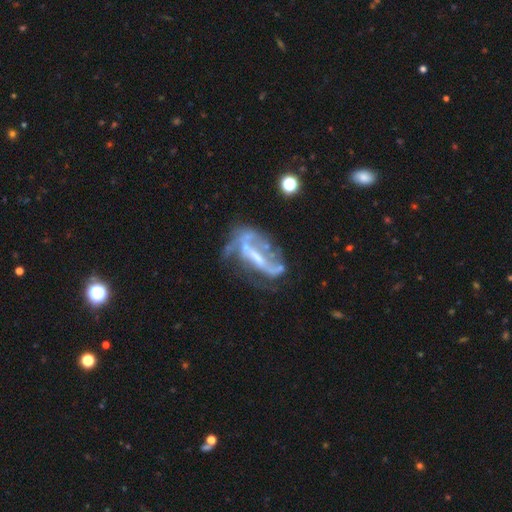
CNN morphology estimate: Smooth or featured: featured or disk — 76% (smooth — 13%)
Edge-on disk: no — 89% (yes — 11%)
Bar: strong — 43% (weak — 31%)
Spiral arms: yes — 60% (no — 40%)
Bulge size: small — 38% (moderate — 28%)
Merging: none — 34% (tied with major disturbance — 34%)